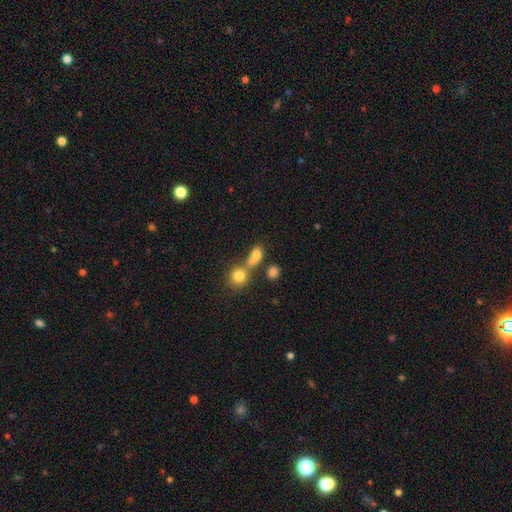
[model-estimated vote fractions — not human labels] This is likely a smooth galaxy (77%). How rounded: possibly in between (56%). Merging: possibly merger (45%).